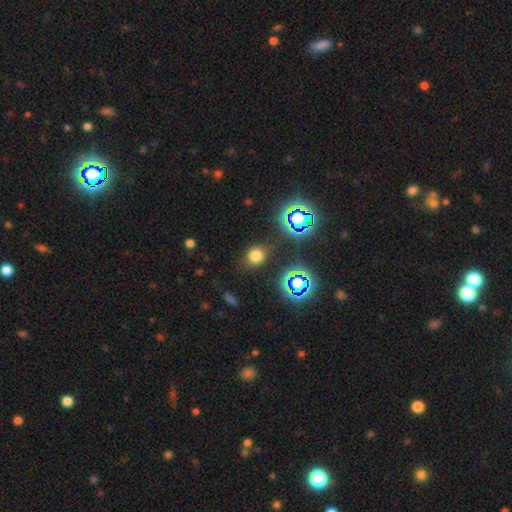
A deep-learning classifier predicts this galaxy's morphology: Smooth or featured? Predicted: smooth (p=0.69). How rounded? Predicted: round (p=0.68). Merging? Predicted: none (p=0.84).